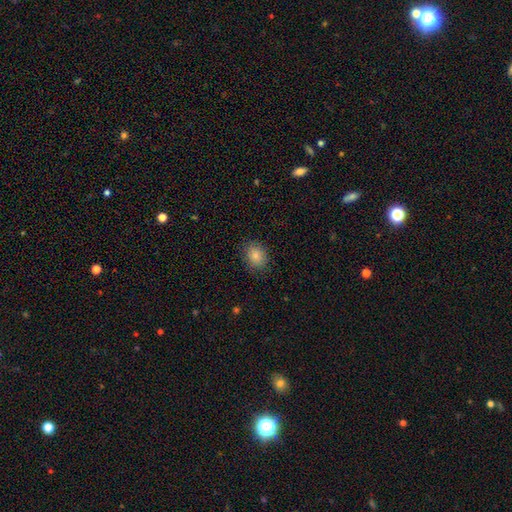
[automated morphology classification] Overall: smooth (84%). How rounded: round (54%; in between 45%). Merging: none (84%).